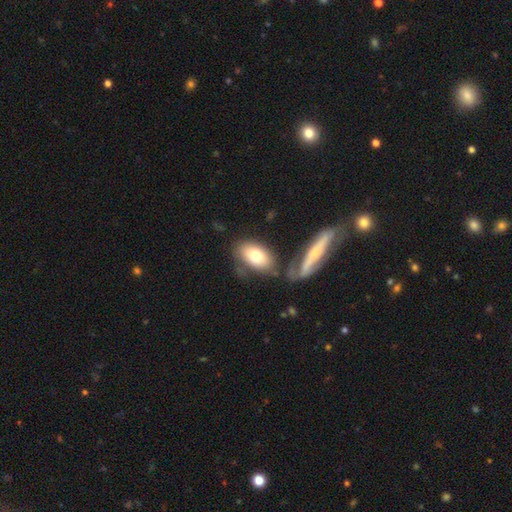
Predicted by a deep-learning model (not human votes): Q: Smooth or featured?
A: smooth (74%); runner-up: featured or disk (20%)
Q: How rounded?
A: in between (90%); runner-up: round (6%)
Q: Merging?
A: none (56%); runner-up: merger (20%)